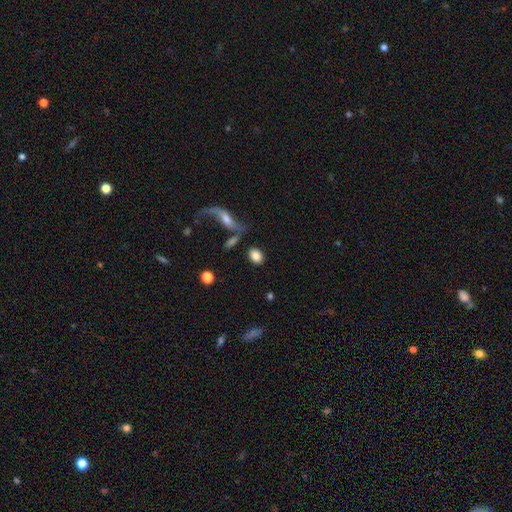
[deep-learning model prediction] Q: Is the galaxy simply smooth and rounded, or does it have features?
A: smooth — 82%.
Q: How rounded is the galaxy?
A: in between — 78%.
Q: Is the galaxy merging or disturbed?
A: none — 76%.